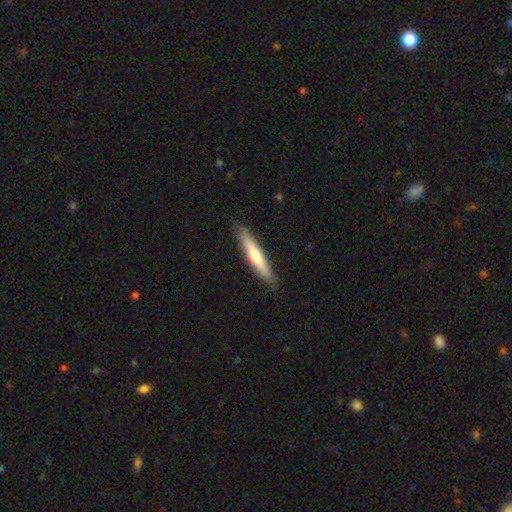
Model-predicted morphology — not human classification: type=smooth (58%); roundness=cigar-shaped (91%); merging=none (88%).